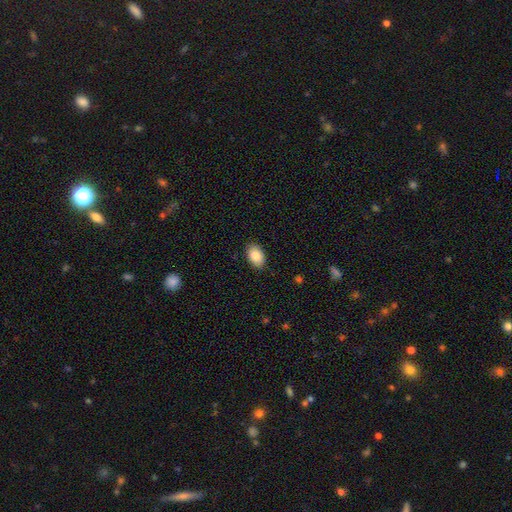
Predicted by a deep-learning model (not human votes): Morphology: type=smooth (87%); roundness=in between (88%); merging=none (87%).